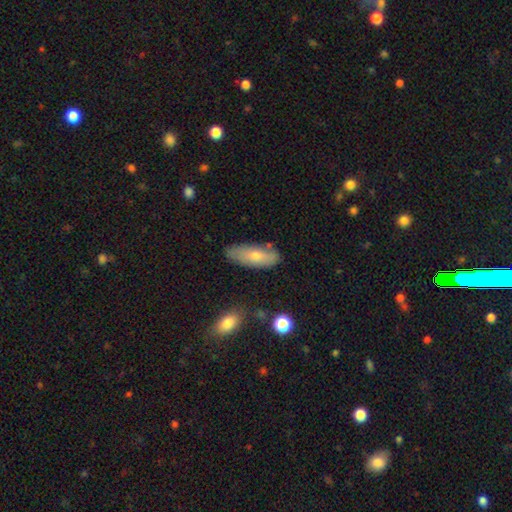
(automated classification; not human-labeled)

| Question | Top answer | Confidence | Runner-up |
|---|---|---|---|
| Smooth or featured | smooth | 67% | featured or disk (26%) |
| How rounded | in between | 70% | cigar-shaped (28%) |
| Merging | none | 75% | minor disturbance (19%) |